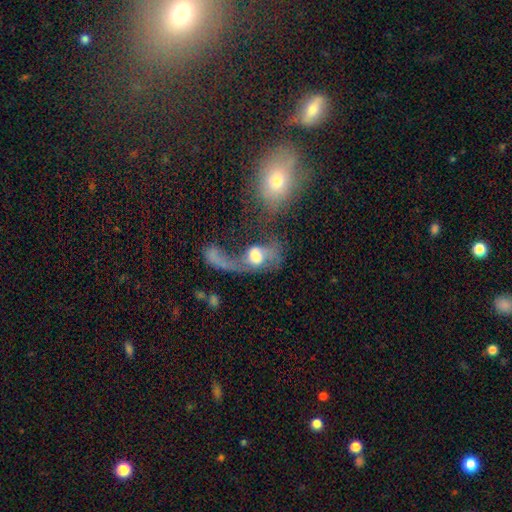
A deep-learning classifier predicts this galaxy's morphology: featured or disk 54%, smooth 37%, star or artifact 10%. Down the decision tree: edge-on disk — no (95%); bar — no (65%); spiral arms — yes (61%); bulge size — moderate (47%); merging — major disturbance (46%).